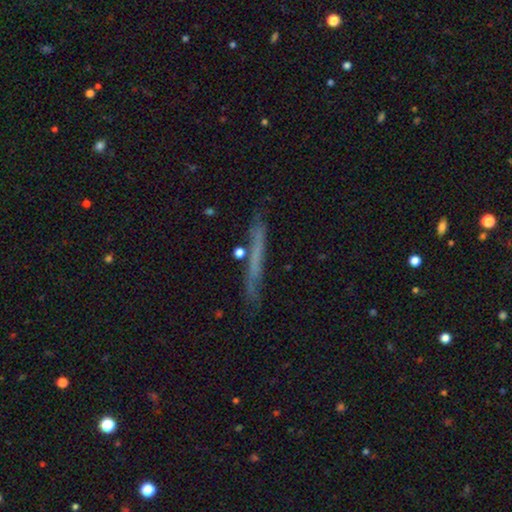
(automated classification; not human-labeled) The model was most divided on "smooth or featured": featured or disk: 45%, smooth: 44%, star or artifact: 11%. More confident: merging — none (81%).